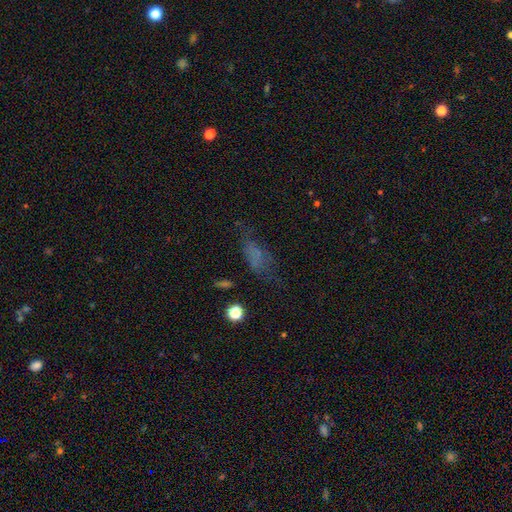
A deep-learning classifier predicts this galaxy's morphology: Smooth or featured? Predicted: smooth (p=0.51). How rounded? Predicted: in between (p=0.70). Merging? Predicted: none (p=0.46).